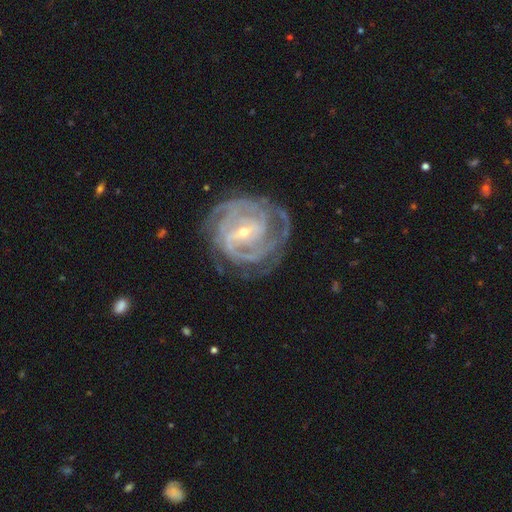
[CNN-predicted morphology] Q: Smooth or featured?
A: featured or disk (89%); runner-up: star or artifact (5%)
Q: Edge-on disk?
A: no (97%); runner-up: yes (3%)
Q: Bar?
A: weak (43%); runner-up: strong (36%)
Q: Spiral arms?
A: yes (97%); runner-up: no (3%)
Q: Spiral winding?
A: tight (70%); runner-up: medium (25%)
Q: Spiral arm count?
A: can't tell (24%); runner-up: 3 (23%)
Q: Bulge size?
A: small (69%); runner-up: moderate (27%)
Q: Merging?
A: none (74%); runner-up: minor disturbance (16%)